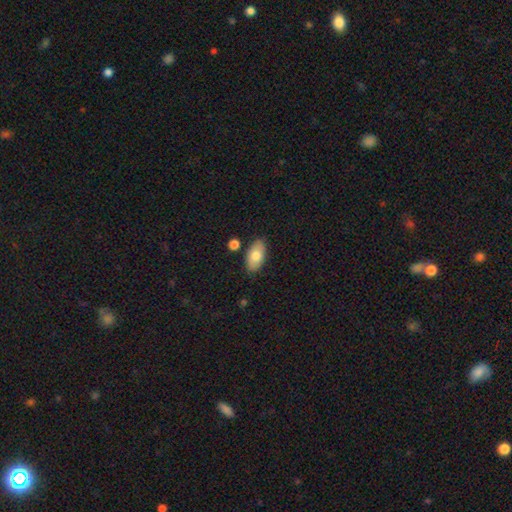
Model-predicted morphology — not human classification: Smooth or featured: smooth — 77% (featured or disk — 17%)
How rounded: in between — 93% (round — 4%)
Merging: none — 82% (minor disturbance — 11%)